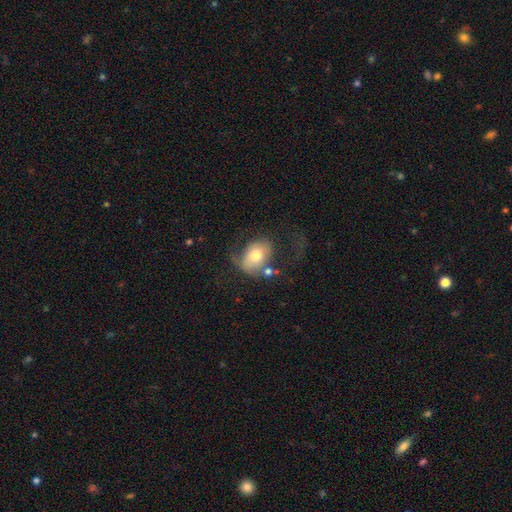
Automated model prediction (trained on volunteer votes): Smooth or featured: smooth — 57% (featured or disk — 35%)
How rounded: in between — 65% (round — 33%)
Merging: major disturbance — 35% (none — 34%)